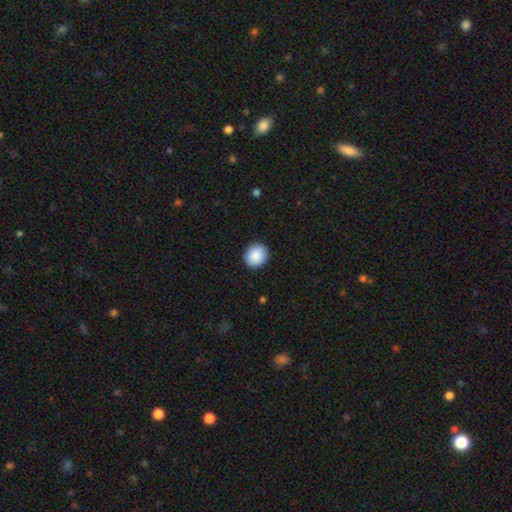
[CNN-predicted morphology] Smooth or featured?
  - smooth: 90% *
  - star or artifact: 7%
  - featured or disk: 3%
How rounded?
  - round: 75% *
  - in between: 24%
  - cigar-shaped: 1%
Merging?
  - none: 90% *
  - minor disturbance: 8%
  - major disturbance: 2%
  - merger: 1%